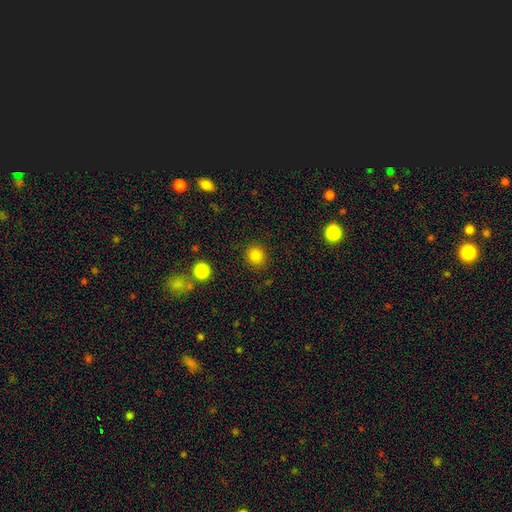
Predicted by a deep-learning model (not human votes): This is clearly a smooth galaxy (84%). How rounded: clearly round (87%). Merging: clearly none (89%).